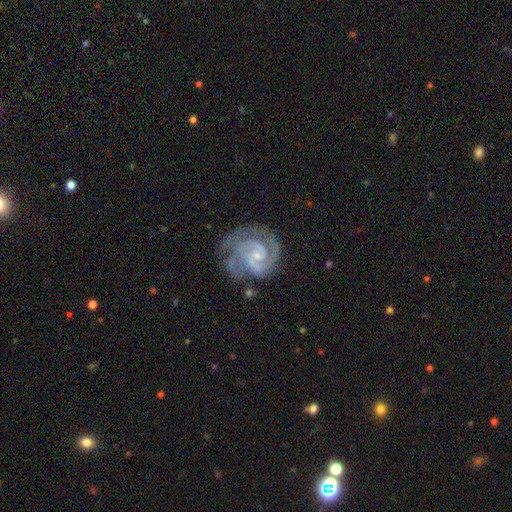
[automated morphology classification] Smooth or featured?
  - featured or disk: 92% *
  - star or artifact: 4%
  - smooth: 4%
Edge-on disk?
  - no: 98% *
  - yes: 2%
Bar?
  - no: 57% *
  - weak: 33%
  - strong: 9%
Spiral arms?
  - yes: 98% *
  - no: 2%
Spiral winding?
  - tight: 64% *
  - medium: 33%
  - loose: 4%
Spiral arm count?
  - 2: 62% *
  - 3: 22%
  - can't tell: 6%
  - 4: 3%
  - 1: 3%
  - more than 4: 3%
Bulge size?
  - small: 79% *
  - moderate: 12%
  - none: 8%
  - large: 1%
  - dominant: 1%
Merging?
  - none: 64% *
  - minor disturbance: 21%
  - major disturbance: 12%
  - merger: 3%